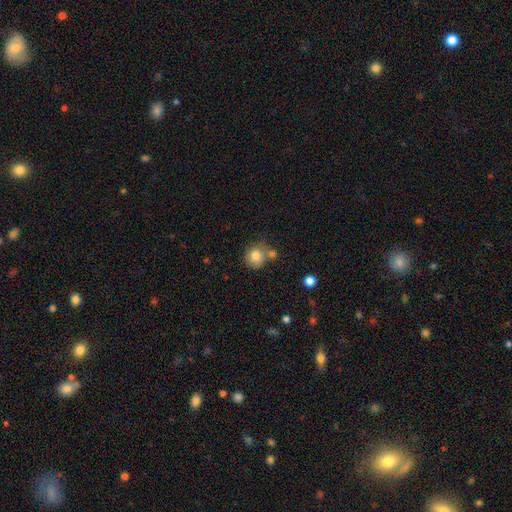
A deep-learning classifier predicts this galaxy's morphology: smooth 81%, star or artifact 10%, featured or disk 9%. Down the decision tree: how rounded — round (86%); merging — none (60%).